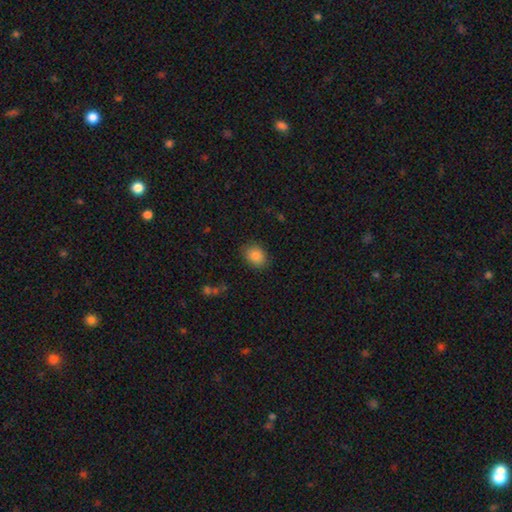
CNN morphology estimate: type=smooth (87%); roundness=in between (61%); merging=none (84%).